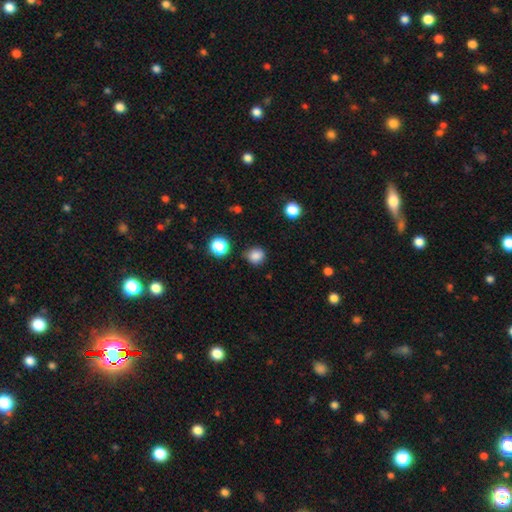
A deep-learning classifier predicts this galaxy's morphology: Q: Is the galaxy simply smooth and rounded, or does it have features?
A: smooth — 84%.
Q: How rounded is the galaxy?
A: round — 81%.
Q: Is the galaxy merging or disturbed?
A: none — 81%.